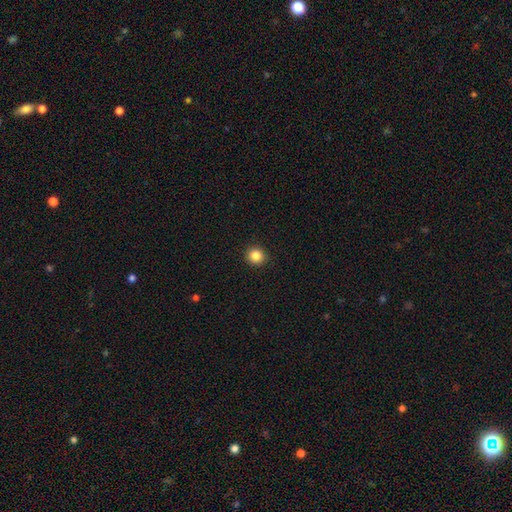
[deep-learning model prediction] The model was most divided on "smooth or featured": smooth: 86%, star or artifact: 10%, featured or disk: 4%. More confident: how rounded — round (92%); merging — none (92%).